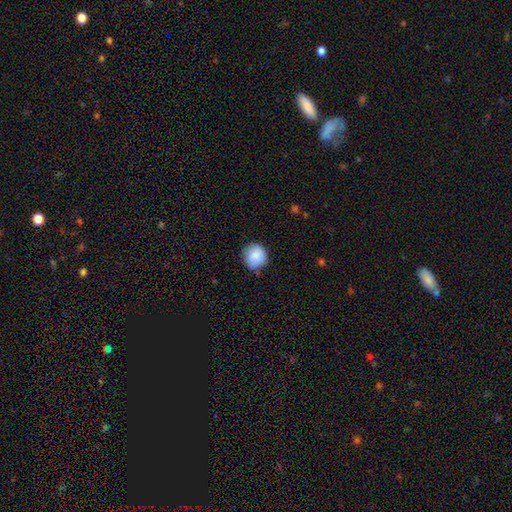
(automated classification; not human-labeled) Smooth or featured?
  - smooth: 86% *
  - star or artifact: 7%
  - featured or disk: 7%
How rounded?
  - round: 92% *
  - in between: 7%
  - cigar-shaped: 1%
Merging?
  - none: 79% *
  - minor disturbance: 17%
  - major disturbance: 3%
  - merger: 1%